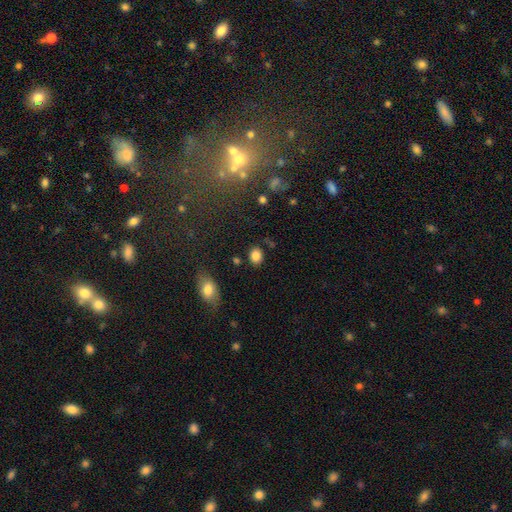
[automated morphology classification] This appears to be a smooth galaxy with no disk features (84%) that is in between round and cigar-shaped (50%). Merging: none (84%).